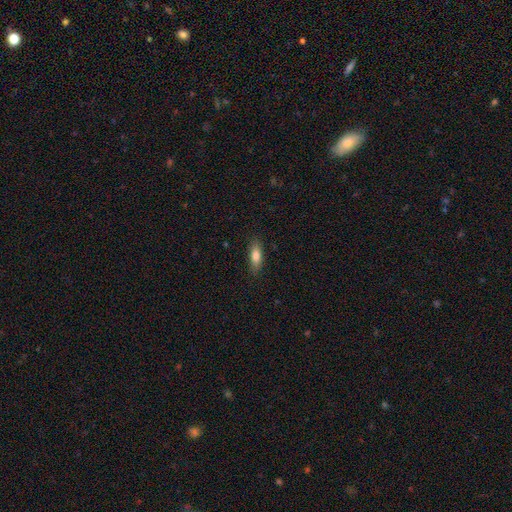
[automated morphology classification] Smooth or featured: smooth — 81% (featured or disk — 12%)
How rounded: in between — 62% (cigar-shaped — 35%)
Merging: none — 85% (minor disturbance — 11%)